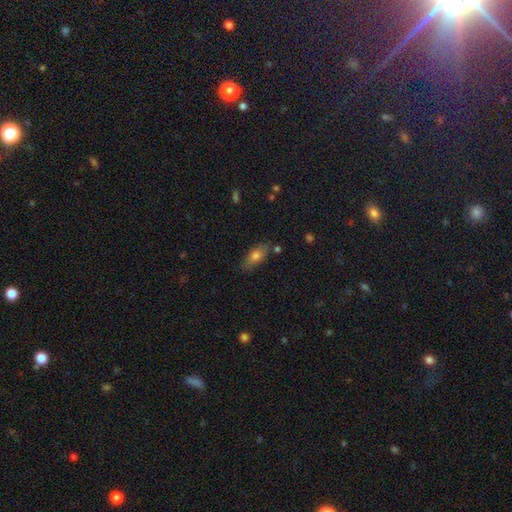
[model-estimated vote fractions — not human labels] smooth_or_featured: smooth (p=0.75) [alt: featured or disk p=0.17]
how_rounded: in between (p=0.83) [alt: cigar-shaped p=0.13]
merging: none (p=0.77) [alt: minor disturbance p=0.16]